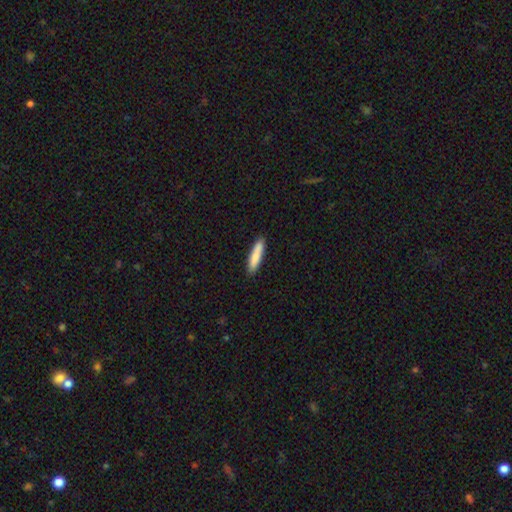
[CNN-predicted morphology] smooth 84%, featured or disk 11%, star or artifact 6%. Down the decision tree: how rounded — cigar-shaped (82%); merging — none (87%).